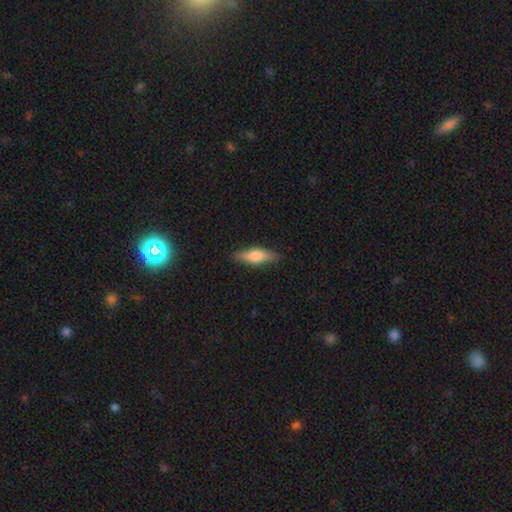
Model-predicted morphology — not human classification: Smooth or featured? Predicted: smooth (p=0.63). How rounded? Predicted: cigar-shaped (p=0.51). Merging? Predicted: none (p=0.86).